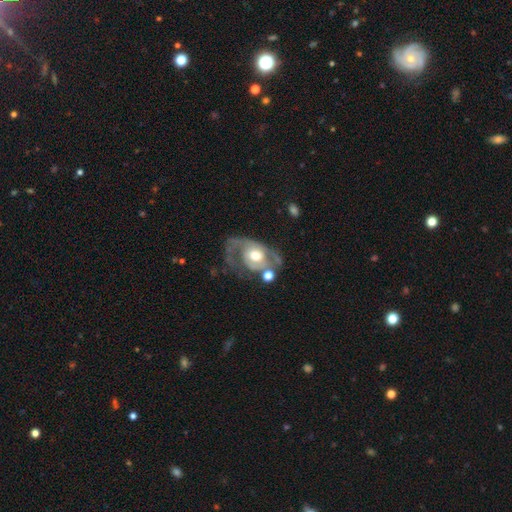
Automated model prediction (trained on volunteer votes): Overall: featured or disk (76%). Edge-on disk: no (95%). Bar: no (69%). Spiral arms: yes (76%). Spiral arm count: 2 (59%; 1 22%). Spiral winding: medium (43%; loose 30%). Bulge size: moderate (66%). Merging: none (39%; major disturbance 29%).